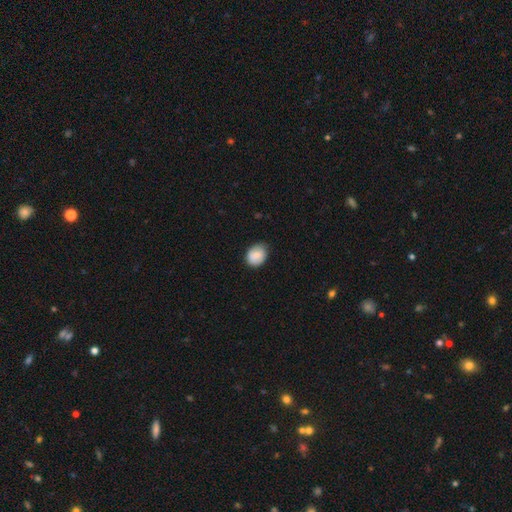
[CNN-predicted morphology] A smooth galaxy with no disk features (80%) that is in between round and cigar-shaped (50%, tied with round).

Vote fractions:
- Smooth or featured? smooth: 80% / featured or disk: 13% / star or artifact: 7%
- How rounded? in between: 50% (tied) / round: 50% (tied) / cigar-shaped: 1%
- Merging? none: 74% / minor disturbance: 21% / major disturbance: 4% / merger: 1%